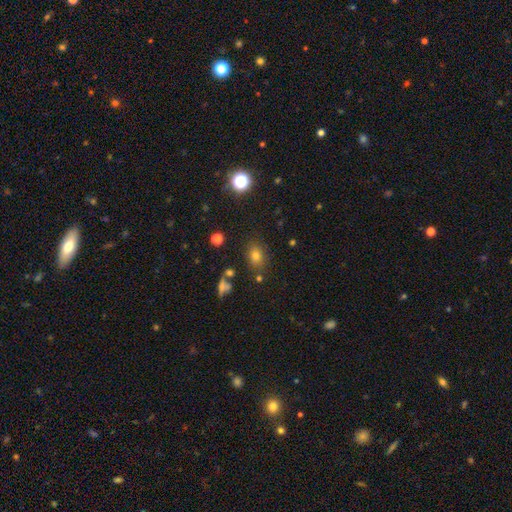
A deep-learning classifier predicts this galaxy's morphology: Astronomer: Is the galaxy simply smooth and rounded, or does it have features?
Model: smooth — 73%.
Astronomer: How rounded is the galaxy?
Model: in between — 62%.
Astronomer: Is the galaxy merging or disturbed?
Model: none — 79%.